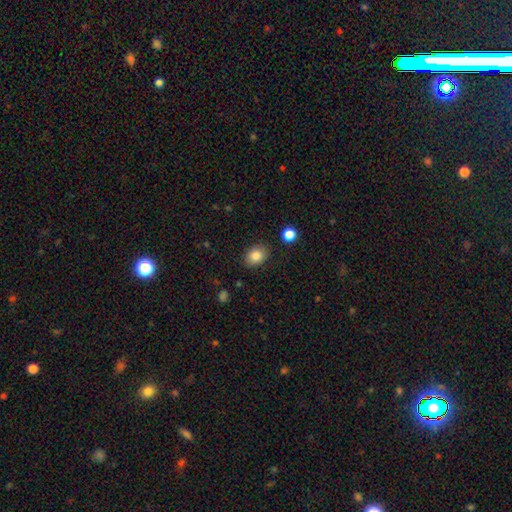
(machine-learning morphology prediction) This appears to be a smooth galaxy with no disk features (85%) that is in between round and cigar-shaped (66%). Merging: none (85%).